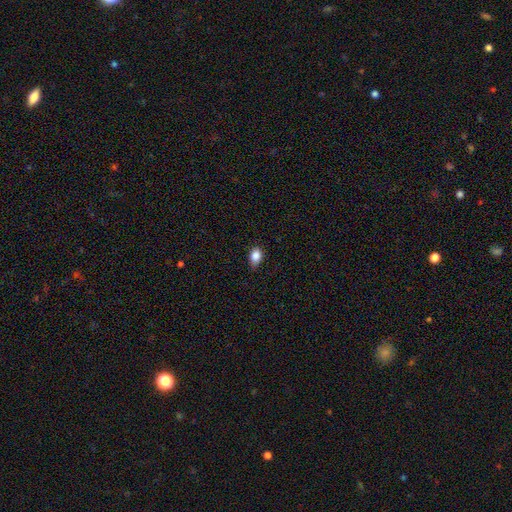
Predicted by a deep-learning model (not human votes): This is clearly a smooth galaxy (86%). How rounded: likely in between (80%). Merging: likely none (77%).